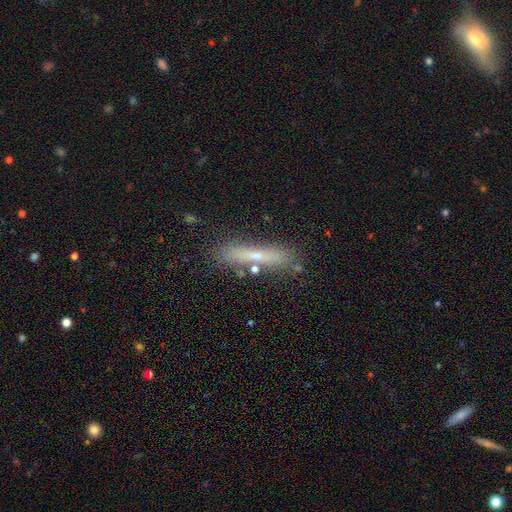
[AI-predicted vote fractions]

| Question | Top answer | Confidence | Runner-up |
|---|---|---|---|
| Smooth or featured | smooth | 56% | featured or disk (34%) |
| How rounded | cigar-shaped | 89% | in between (9%) |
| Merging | none | 82% | minor disturbance (11%) |